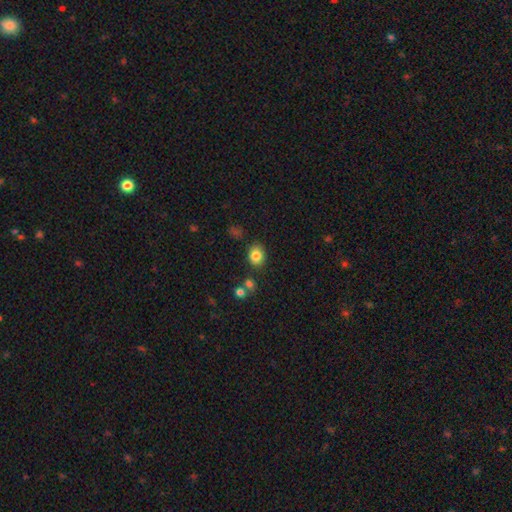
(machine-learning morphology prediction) smooth 82%, star or artifact 10%, featured or disk 7%. Down the decision tree: how rounded — in between (50%); merging — none (80%).